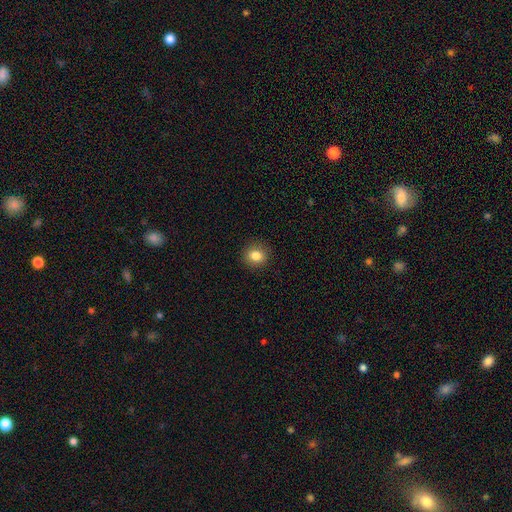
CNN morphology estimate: A smooth galaxy with no disk features (84%) that is round (73%).

Vote fractions:
- Smooth or featured? smooth: 84% / star or artifact: 10% / featured or disk: 6%
- How rounded? round: 73% / in between: 26% / cigar-shaped: 1%
- Merging? none: 90% / minor disturbance: 7% / major disturbance: 2% / merger: 1%